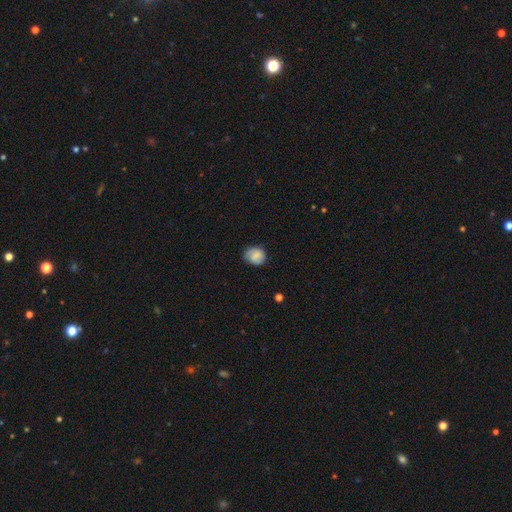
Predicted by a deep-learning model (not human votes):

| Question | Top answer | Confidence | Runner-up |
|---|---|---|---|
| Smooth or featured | smooth | 72% | featured or disk (19%) |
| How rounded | round | 66% | in between (33%) |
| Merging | none | 73% | minor disturbance (20%) |